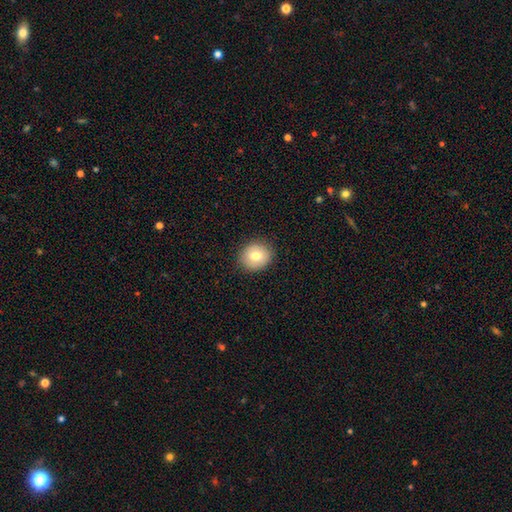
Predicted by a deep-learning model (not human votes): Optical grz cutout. It shows a smooth galaxy with no disk features (76%) that is round (80%). Merging: none (88%).